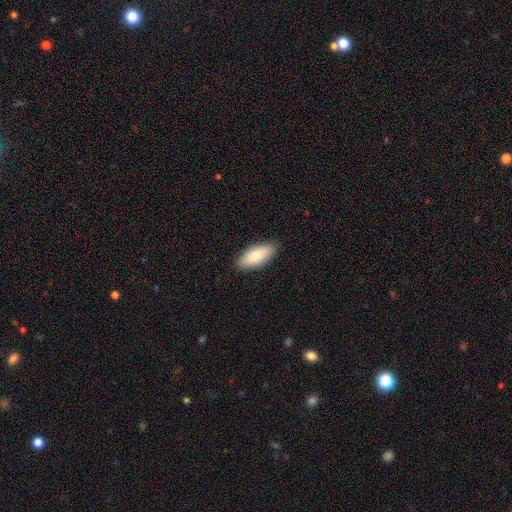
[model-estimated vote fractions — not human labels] smooth-or-featured: smooth: 84% | featured or disk: 10% | star or artifact: 6%
  how-rounded: in between: 86% | cigar-shaped: 13% | round: 2%
  merging: none: 86% | minor disturbance: 11% | major disturbance: 2% | merger: 1%